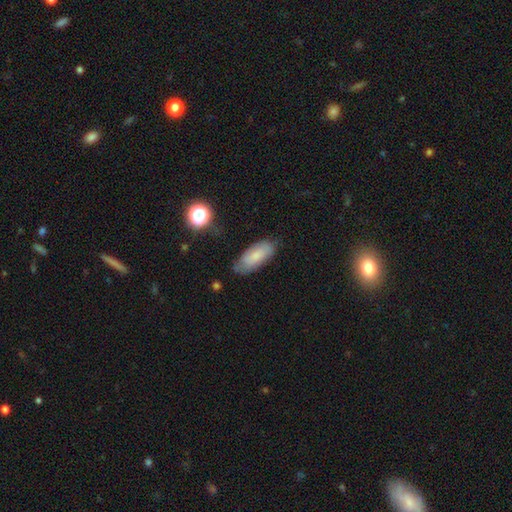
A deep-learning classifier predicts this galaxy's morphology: smooth 72%, featured or disk 20%, star or artifact 8%. Down the decision tree: how rounded — in between (83%); merging — none (73%).